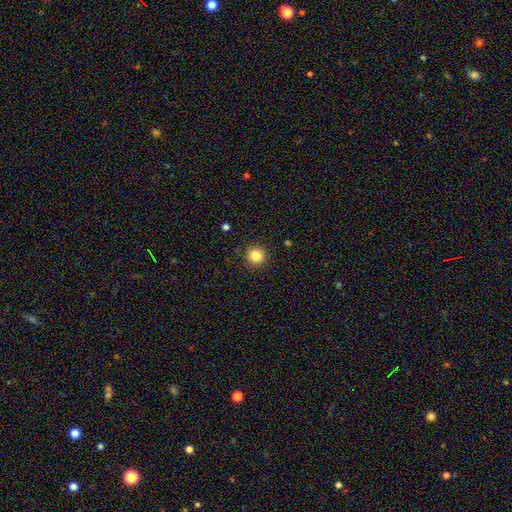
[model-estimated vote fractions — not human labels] This appears to be a smooth galaxy with no disk features (84%) that is round (93%). Merging: none (91%).